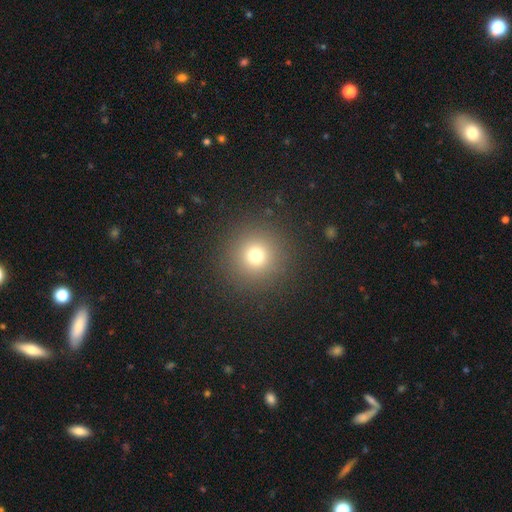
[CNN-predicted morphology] Smooth or featured? smooth (72%)
How rounded? round (95%)
Merging? none (89%)